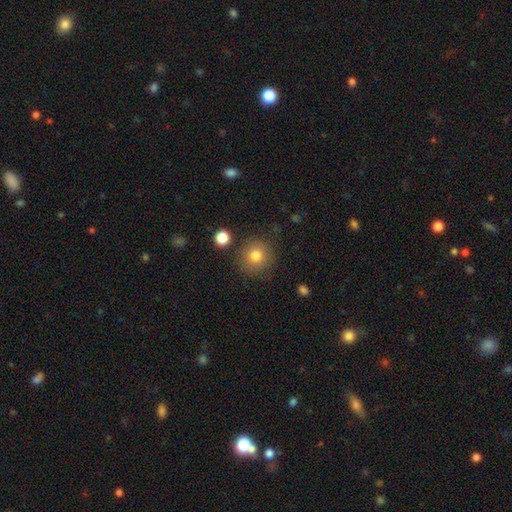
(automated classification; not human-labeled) Smooth or featured? Predicted: smooth (p=0.80). How rounded? Predicted: round (p=0.92). Merging? Predicted: none (p=0.85).